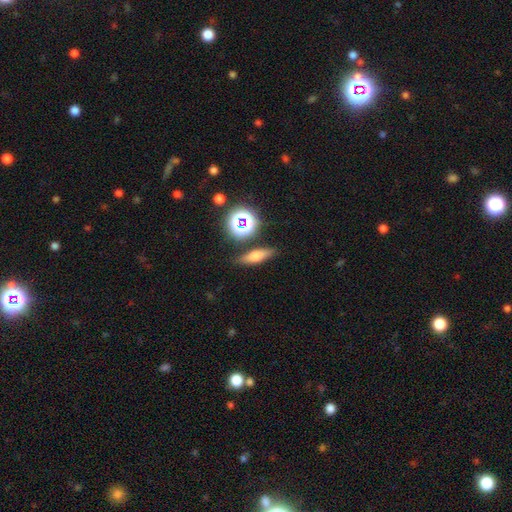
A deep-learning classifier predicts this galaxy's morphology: Smooth or featured: smooth — 57% (featured or disk — 28%)
How rounded: cigar-shaped — 51% (in between — 38%)
Merging: none — 81% (minor disturbance — 12%)